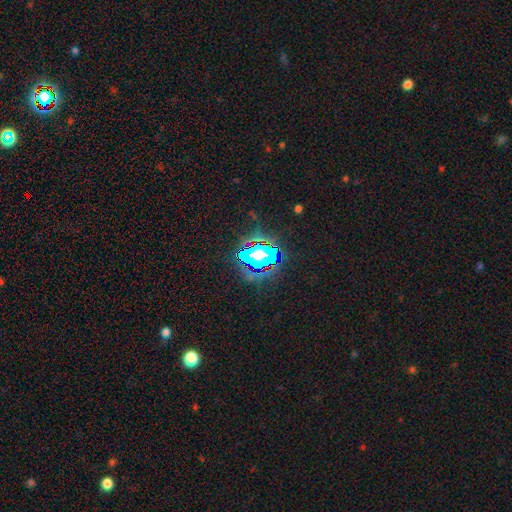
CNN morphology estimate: Smooth or featured: star or artifact — 53% (smooth — 30%)